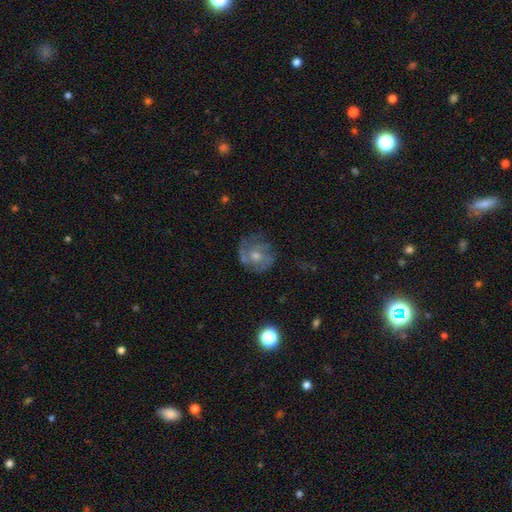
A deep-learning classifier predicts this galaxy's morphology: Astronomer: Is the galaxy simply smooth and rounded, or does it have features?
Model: featured or disk — 61%.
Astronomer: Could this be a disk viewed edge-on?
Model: no — 97%.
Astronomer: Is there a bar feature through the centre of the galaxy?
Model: no — 78%.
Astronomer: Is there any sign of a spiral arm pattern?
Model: yes — 75%.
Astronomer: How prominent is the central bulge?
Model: small — 48% (runner-up: moderate, 46%).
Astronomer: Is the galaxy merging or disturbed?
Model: none — 60%.